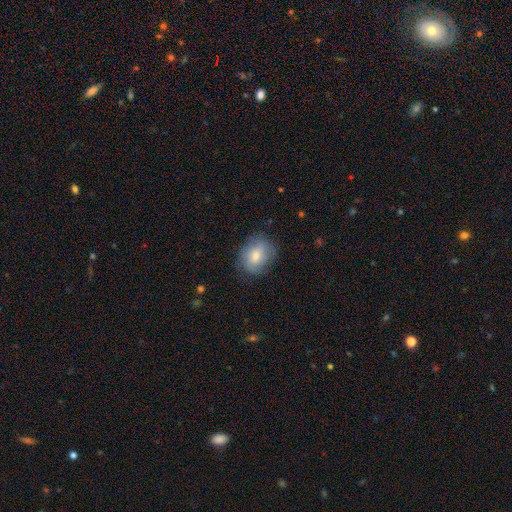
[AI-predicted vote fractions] smooth-or-featured: smooth: 71% | featured or disk: 21% | star or artifact: 8%
  how-rounded: round: 51% | in between: 48% | cigar-shaped: 1%
  merging: none: 74% | minor disturbance: 19% | major disturbance: 6% | merger: 1%